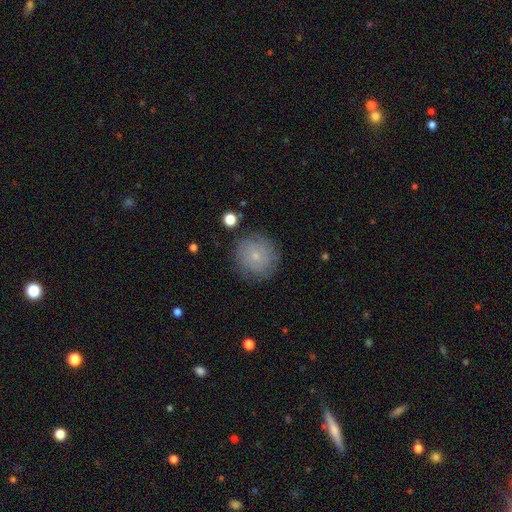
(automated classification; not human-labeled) Smooth or featured? Predicted: smooth (p=0.63). How rounded? Predicted: round (p=0.90). Merging? Predicted: none (p=0.81).